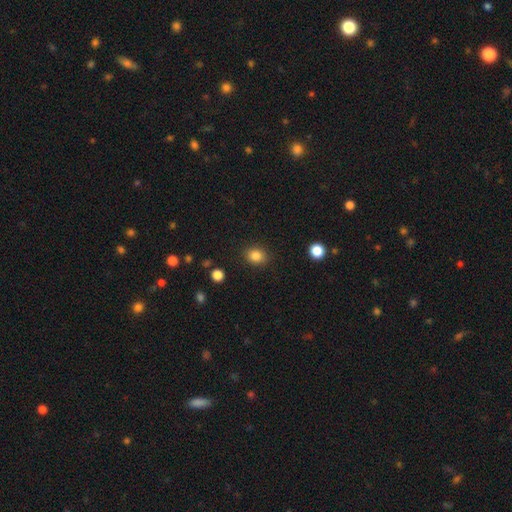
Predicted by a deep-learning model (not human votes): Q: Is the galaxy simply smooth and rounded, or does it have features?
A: smooth — 84%.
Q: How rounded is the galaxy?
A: round — 63%.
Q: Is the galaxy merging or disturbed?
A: none — 88%.